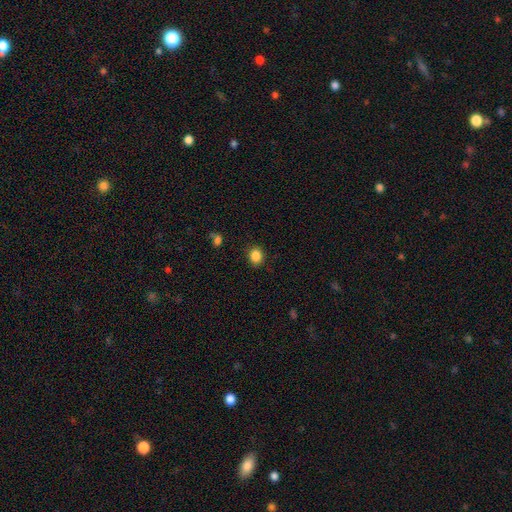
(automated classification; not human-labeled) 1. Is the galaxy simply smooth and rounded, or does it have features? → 86% smooth, 10% star or artifact, 4% featured or disk.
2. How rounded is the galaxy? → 60% round, 39% in between, 1% cigar-shaped.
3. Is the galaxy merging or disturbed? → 88% none, 8% minor disturbance, 2% major disturbance, 1% merger.